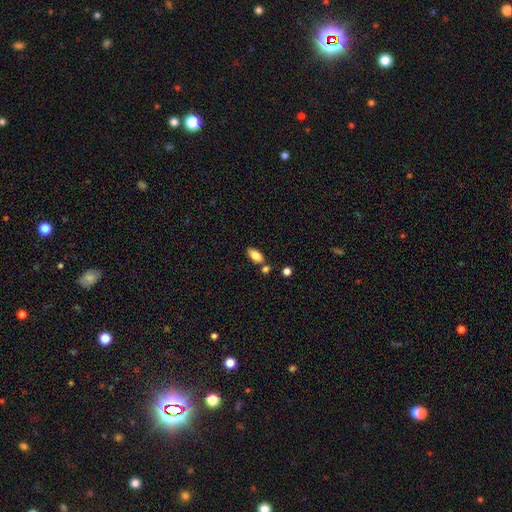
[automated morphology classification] A smooth galaxy with no disk features (83%) that is in between round and cigar-shaped (90%). Merging: none (70%).